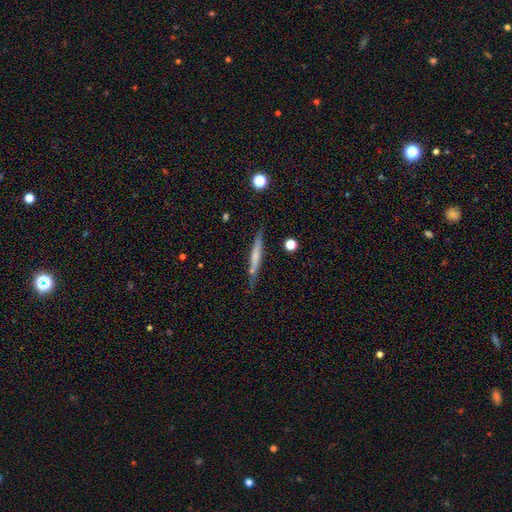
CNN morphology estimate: type=featured or disk (48%); merging=none (78%).